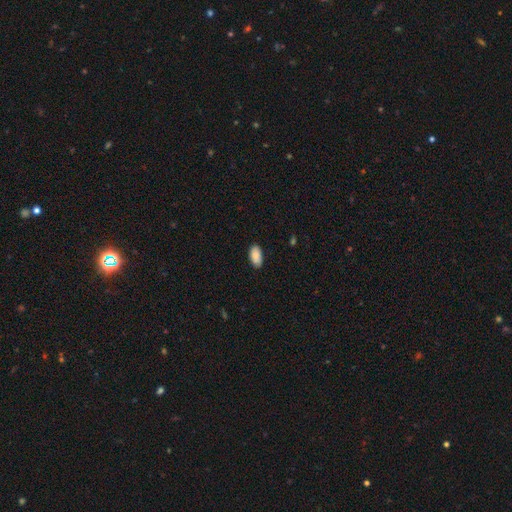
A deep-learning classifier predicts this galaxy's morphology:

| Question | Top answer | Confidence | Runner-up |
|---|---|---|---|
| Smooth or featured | smooth | 88% | star or artifact (7%) |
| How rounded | in between | 95% | cigar-shaped (3%) |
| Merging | none | 86% | minor disturbance (11%) |